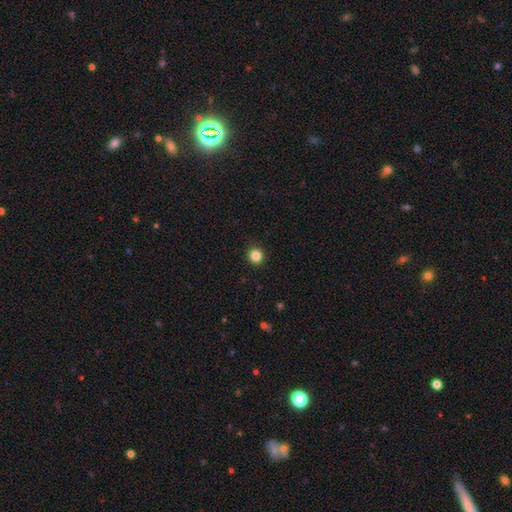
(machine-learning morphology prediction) A smooth galaxy with no disk features (85%) that is round (92%). Merging: none (93%).